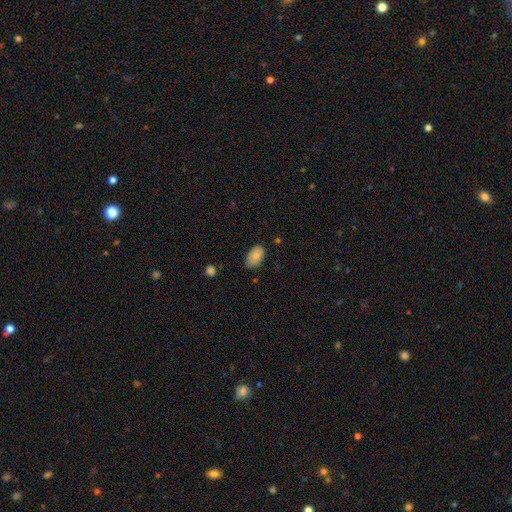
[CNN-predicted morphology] A smooth galaxy with no disk features (83%) that is in between round and cigar-shaped (92%). Merging: none (78%).